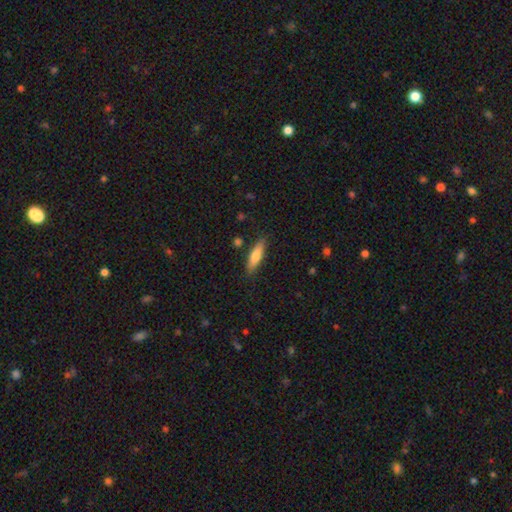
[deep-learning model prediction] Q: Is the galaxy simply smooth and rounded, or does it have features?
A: smooth — 72%.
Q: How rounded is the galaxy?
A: cigar-shaped — 64%.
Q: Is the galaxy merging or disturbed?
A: none — 84%.